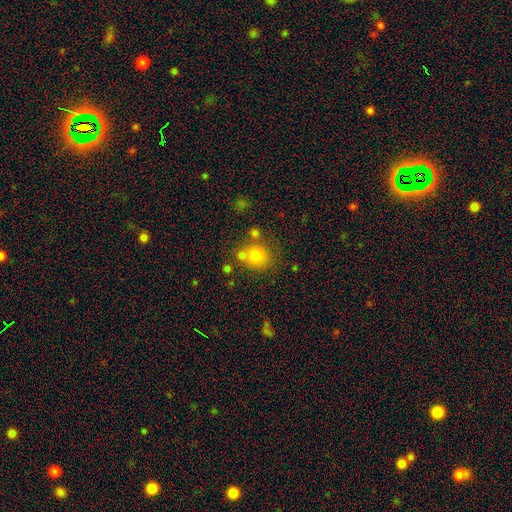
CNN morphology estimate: Smooth or featured? smooth (77%)
How rounded? round (85%)
Merging? none (64%)